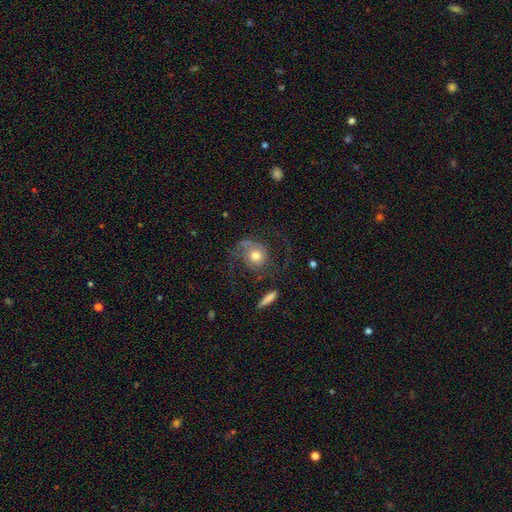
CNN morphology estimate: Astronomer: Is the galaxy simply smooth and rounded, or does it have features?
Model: featured or disk — 64%.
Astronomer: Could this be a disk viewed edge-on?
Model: no — 97%.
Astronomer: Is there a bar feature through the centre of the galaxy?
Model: no — 80%.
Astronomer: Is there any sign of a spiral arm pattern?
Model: yes — 85%.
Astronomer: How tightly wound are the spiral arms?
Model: loose — 47% (runner-up: medium, 37%).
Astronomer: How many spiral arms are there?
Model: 2 — 59%.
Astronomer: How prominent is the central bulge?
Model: moderate — 70%.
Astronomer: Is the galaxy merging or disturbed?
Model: none — 44% (runner-up: major disturbance, 36%).